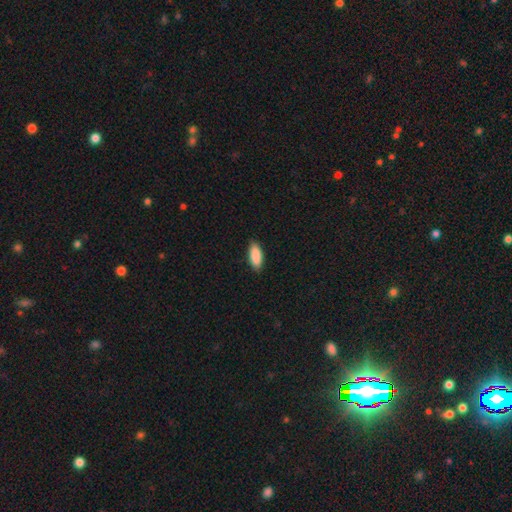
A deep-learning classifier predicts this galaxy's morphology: A smooth galaxy with no disk features (91%) that is in between round and cigar-shaped (80%).

Vote fractions:
- Smooth or featured? smooth: 91% / star or artifact: 6% / featured or disk: 4%
- How rounded? in between: 80% / cigar-shaped: 19% / round: 2%
- Merging? none: 89% / minor disturbance: 9% / major disturbance: 2% / merger: 1%